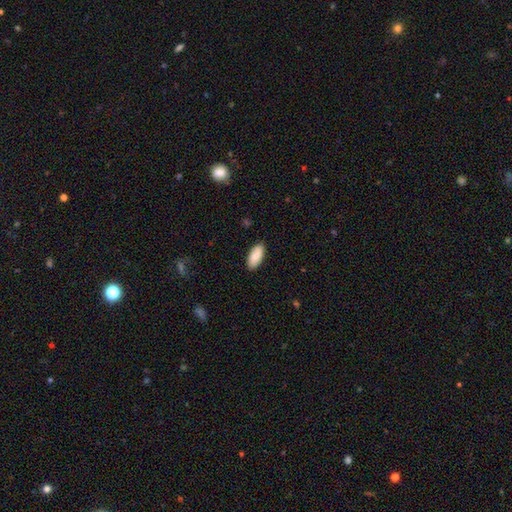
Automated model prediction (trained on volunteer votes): Smooth or featured? smooth (89%)
How rounded? in between (89%)
Merging? none (88%)